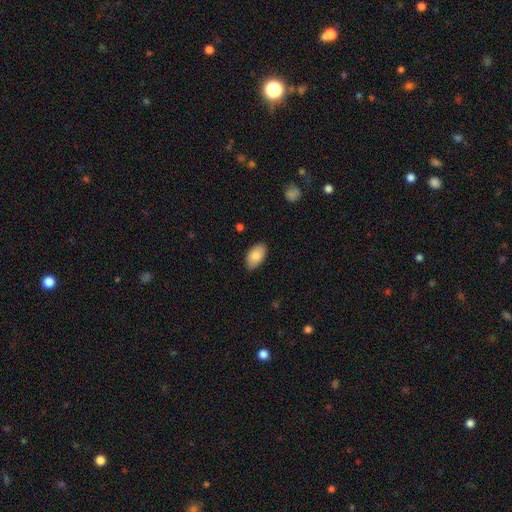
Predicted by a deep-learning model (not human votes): smooth 86%, featured or disk 8%, star or artifact 6%. Down the decision tree: how rounded — in between (95%); merging — none (84%).